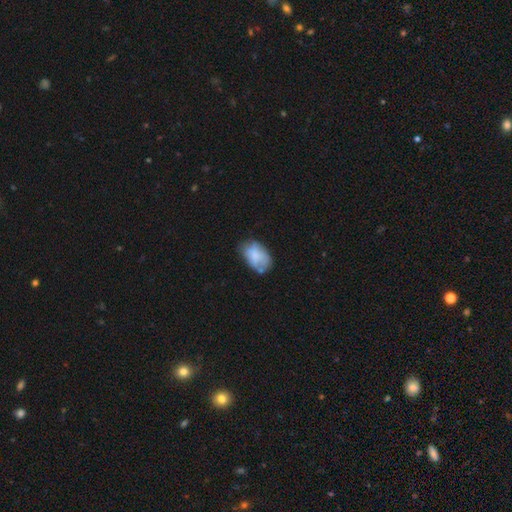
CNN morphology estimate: type=smooth (68%); roundness=in between (88%); merging=none (49%).